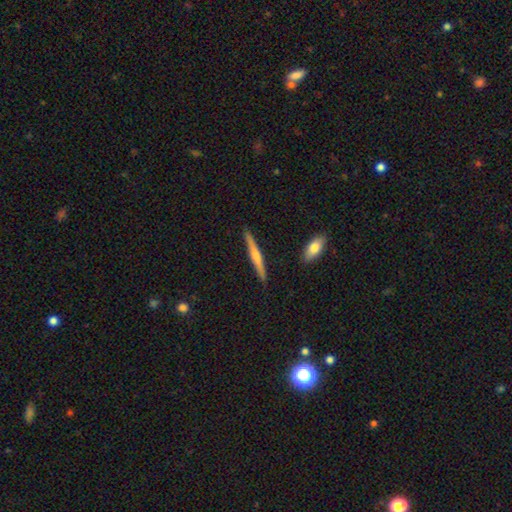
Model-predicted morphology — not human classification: smooth-or-featured: featured or disk: 63% | smooth: 31% | star or artifact: 6%
  disk-edge-on: yes: 98% | no: 2%
    edge-on-bulge: rounded: 83% | none: 12% | boxy: 5%
  merging: none: 91% | minor disturbance: 7% | merger: 2% | major disturbance: 1%